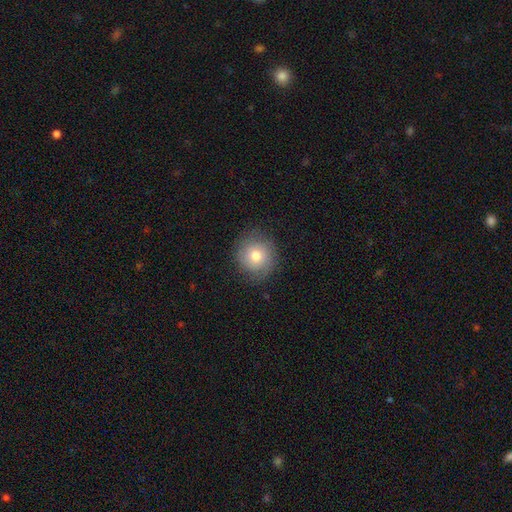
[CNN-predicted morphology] type=smooth (70%); roundness=round (90%); merging=none (80%).